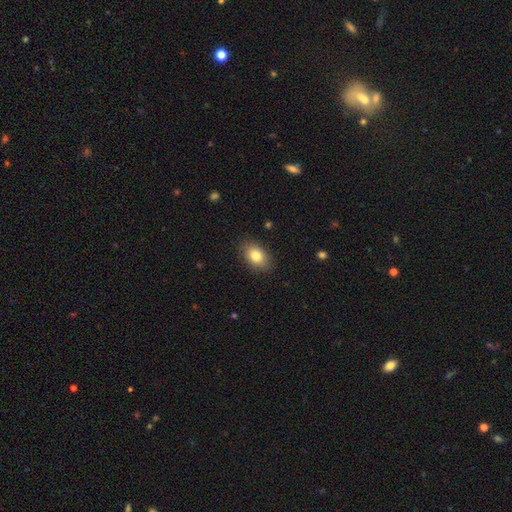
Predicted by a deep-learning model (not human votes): smooth-or-featured: smooth: 82% | featured or disk: 11% | star or artifact: 8%
  how-rounded: in between: 87% | round: 11% | cigar-shaped: 1%
  merging: none: 87% | minor disturbance: 10% | major disturbance: 2% | merger: 1%